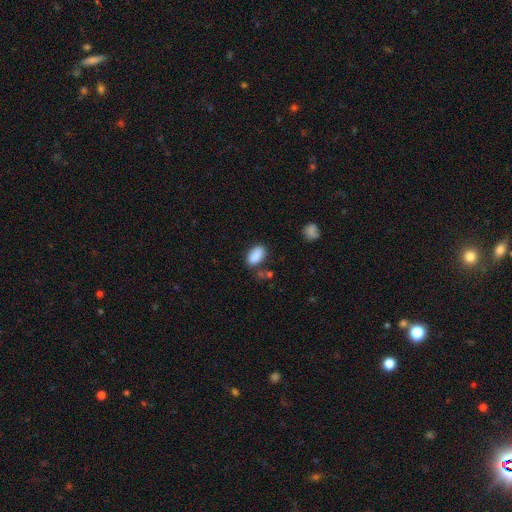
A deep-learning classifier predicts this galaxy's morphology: This is clearly a smooth galaxy (88%). How rounded: clearly in between (92%). Merging: likely none (73%).